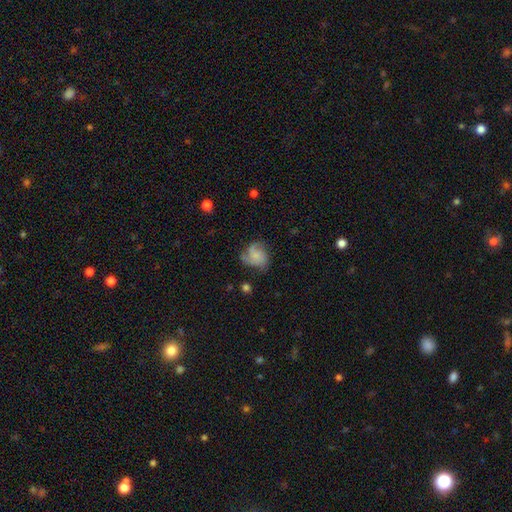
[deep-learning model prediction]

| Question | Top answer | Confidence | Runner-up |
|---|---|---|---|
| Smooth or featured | featured or disk | 56% | smooth (35%) |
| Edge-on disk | no | 98% | yes (2%) |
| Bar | no | 78% | weak (19%) |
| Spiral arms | yes | 88% | no (12%) |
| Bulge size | small | 47% | none (31%) |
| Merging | none | 55% | minor disturbance (25%) |